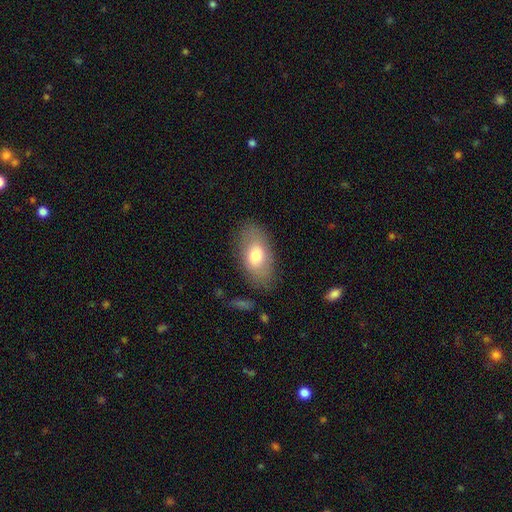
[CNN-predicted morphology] Smooth or featured: smooth — 71% (featured or disk — 23%)
How rounded: in between — 92% (round — 6%)
Merging: none — 78% (minor disturbance — 15%)